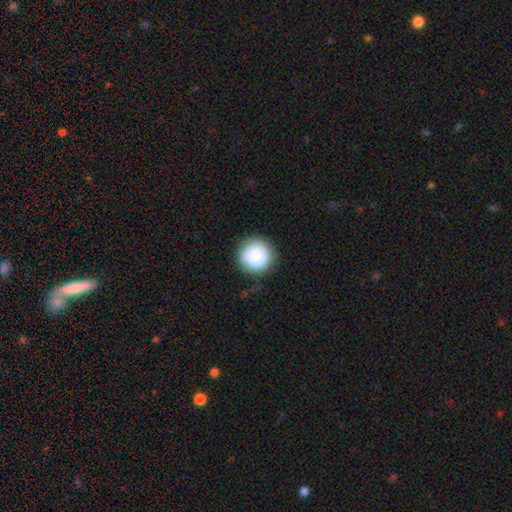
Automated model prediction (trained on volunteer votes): Smooth or featured: smooth — 86% (star or artifact — 8%)
How rounded: round — 94% (in between — 5%)
Merging: none — 79% (minor disturbance — 14%)